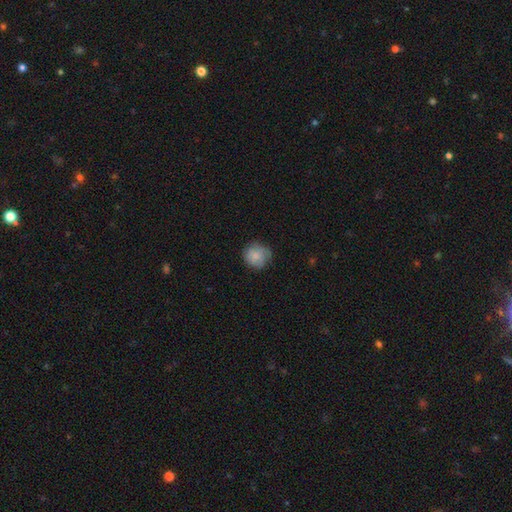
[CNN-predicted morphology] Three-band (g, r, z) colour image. It shows a smooth galaxy with no disk features (80%) that is round (86%). Merging: none (71%).